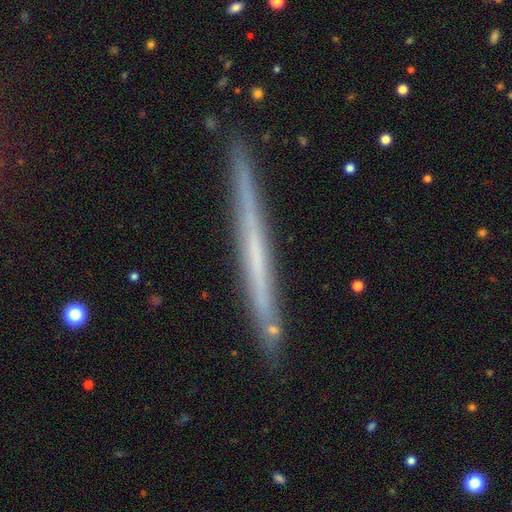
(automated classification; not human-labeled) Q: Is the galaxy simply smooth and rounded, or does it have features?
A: featured or disk — 59%.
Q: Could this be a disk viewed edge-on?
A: yes — 96%.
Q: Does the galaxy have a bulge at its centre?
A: none — 92%.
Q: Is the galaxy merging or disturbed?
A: none — 89%.